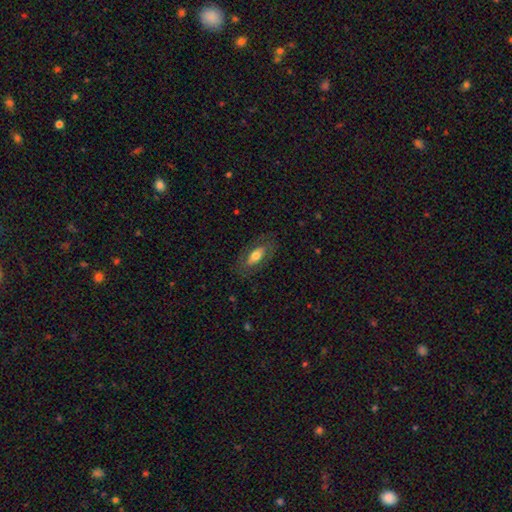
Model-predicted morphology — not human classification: smooth_or_featured: smooth (p=0.60) [alt: featured or disk p=0.33]
how_rounded: in between (p=0.85) [alt: cigar-shaped p=0.12]
merging: none (p=0.78) [alt: minor disturbance p=0.14]